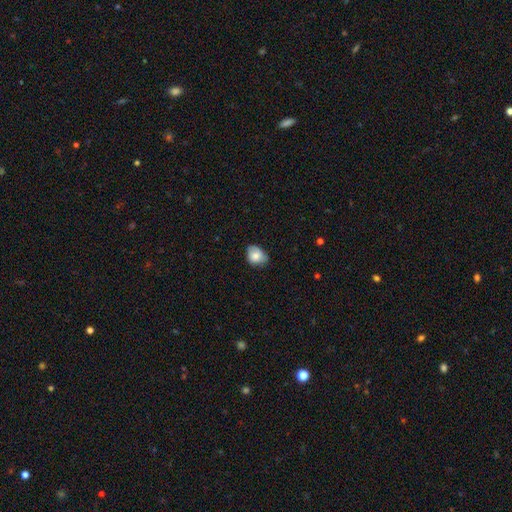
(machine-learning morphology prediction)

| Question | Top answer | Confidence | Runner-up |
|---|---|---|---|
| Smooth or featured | smooth | 77% | featured or disk (15%) |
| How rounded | in between | 59% | round (40%) |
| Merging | none | 52% | minor disturbance (38%) |